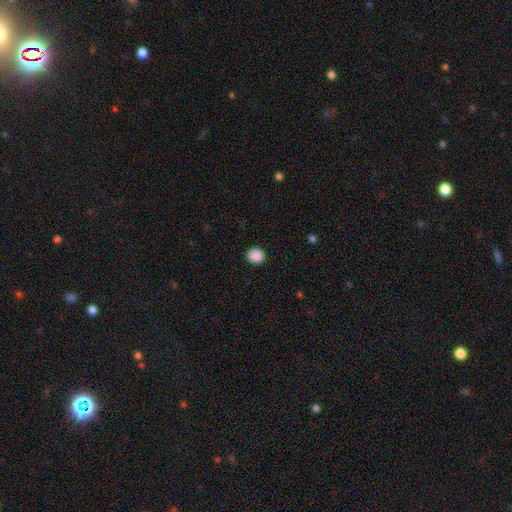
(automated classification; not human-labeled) Morphology: type=smooth (89%); roundness=round (87%); merging=none (92%).